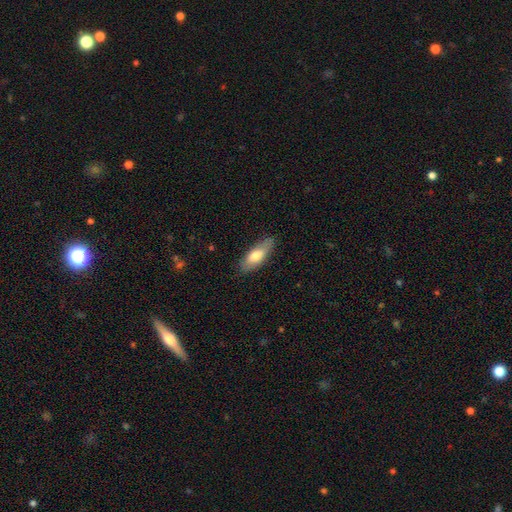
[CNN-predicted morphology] Smooth or featured?
  - smooth: 70% *
  - featured or disk: 24%
  - star or artifact: 6%
How rounded?
  - in between: 68% *
  - cigar-shaped: 30%
  - round: 2%
Merging?
  - none: 81% *
  - minor disturbance: 15%
  - major disturbance: 3%
  - merger: 1%